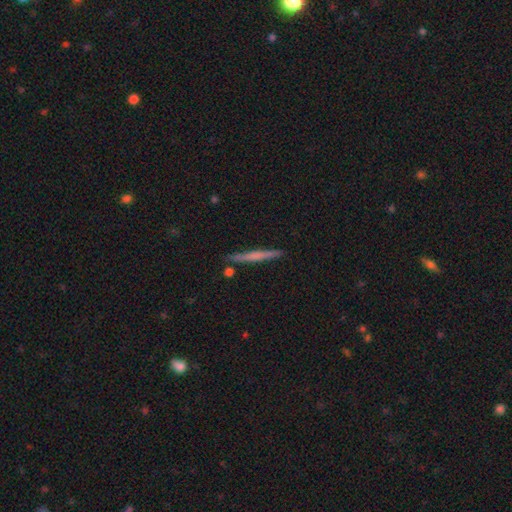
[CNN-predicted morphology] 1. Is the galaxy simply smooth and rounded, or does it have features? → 48% featured or disk, 46% smooth, 6% star or artifact.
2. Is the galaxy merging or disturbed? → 88% none, 8% minor disturbance, 2% merger, 2% major disturbance.